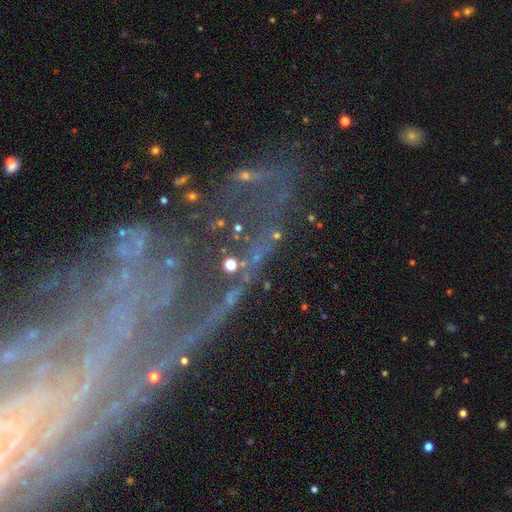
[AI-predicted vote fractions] This is marginally a star or artifact rather than a galaxy (44%).